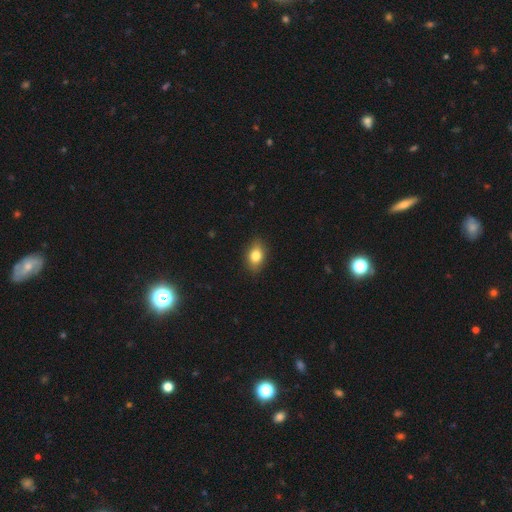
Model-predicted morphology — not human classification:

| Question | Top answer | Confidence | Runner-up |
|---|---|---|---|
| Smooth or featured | smooth | 80% | featured or disk (11%) |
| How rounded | in between | 79% | round (18%) |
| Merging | none | 85% | minor disturbance (11%) |